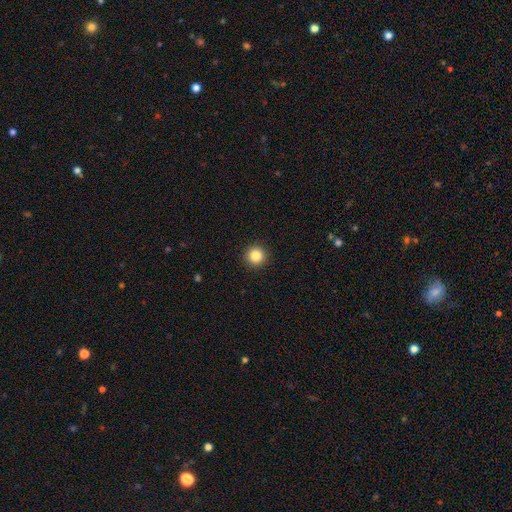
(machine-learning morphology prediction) smooth-or-featured: smooth: 85% | star or artifact: 11% | featured or disk: 4%
  how-rounded: round: 96% | in between: 3% | cigar-shaped: 1%
  merging: none: 93% | minor disturbance: 4% | major disturbance: 2% | merger: 1%